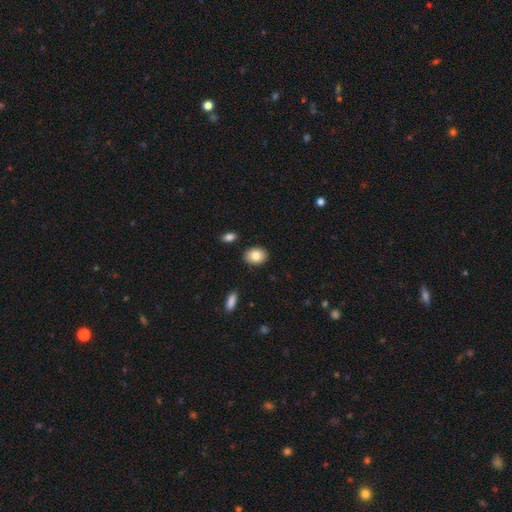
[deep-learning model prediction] Q: Smooth or featured?
A: smooth (85%); runner-up: featured or disk (8%)
Q: How rounded?
A: in between (70%); runner-up: round (29%)
Q: Merging?
A: none (88%); runner-up: minor disturbance (8%)